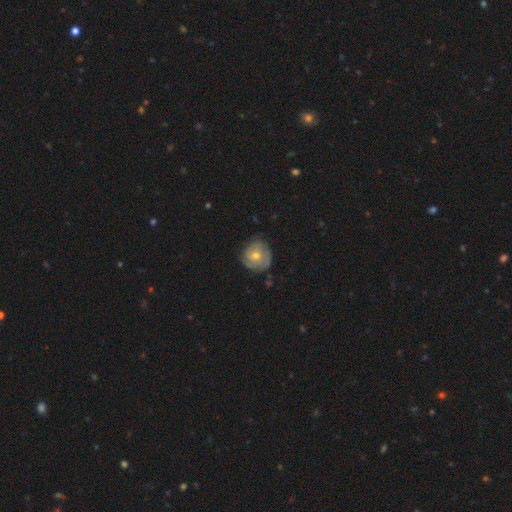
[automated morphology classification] The model was most divided on "bulge size": moderate: 57%, small: 39%, large: 2%, none: 1%, dominant: 1%. More confident: edge-on disk — no (97%); bar — no (82%); spiral arms — yes (72%); merging — none (70%); smooth or featured — featured or disk (55%).